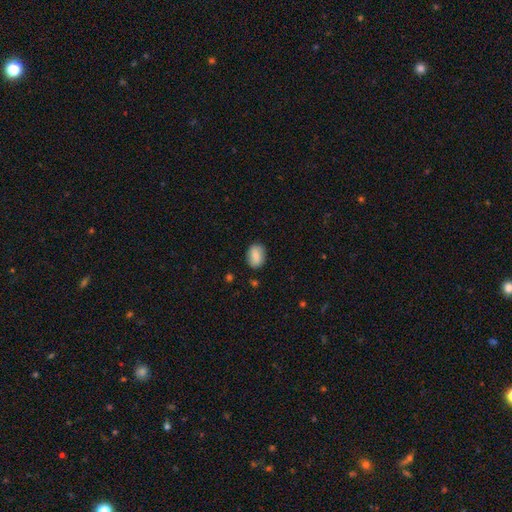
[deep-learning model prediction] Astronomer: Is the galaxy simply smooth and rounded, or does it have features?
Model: smooth — 85%.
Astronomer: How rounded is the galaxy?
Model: in between — 77%.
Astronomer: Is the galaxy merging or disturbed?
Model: none — 83%.